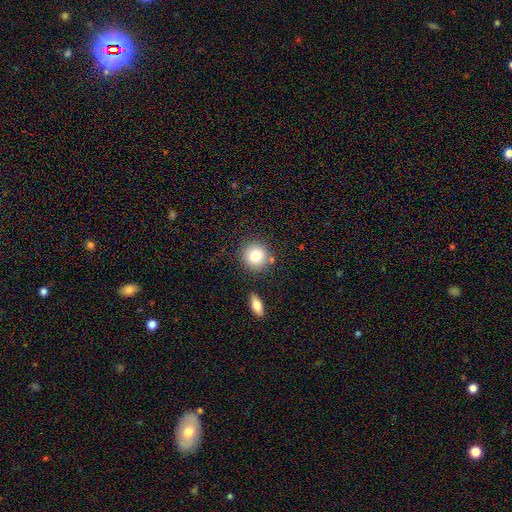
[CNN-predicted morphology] A smooth galaxy with no disk features (80%) that is round (91%).

Vote fractions:
- Smooth or featured? smooth: 80% / featured or disk: 10% / star or artifact: 10%
- How rounded? round: 91% / in between: 8% / cigar-shaped: 1%
- Merging? none: 80% / minor disturbance: 9% / merger: 8% / major disturbance: 3%